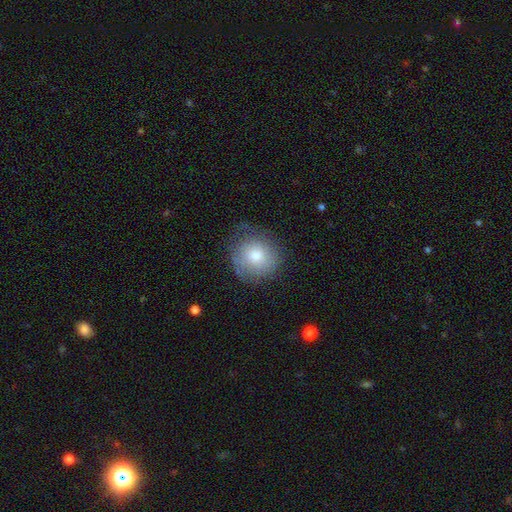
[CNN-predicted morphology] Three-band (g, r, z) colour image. It shows a smooth galaxy with no disk features (70%) that is round (86%). Merging: none (70%).